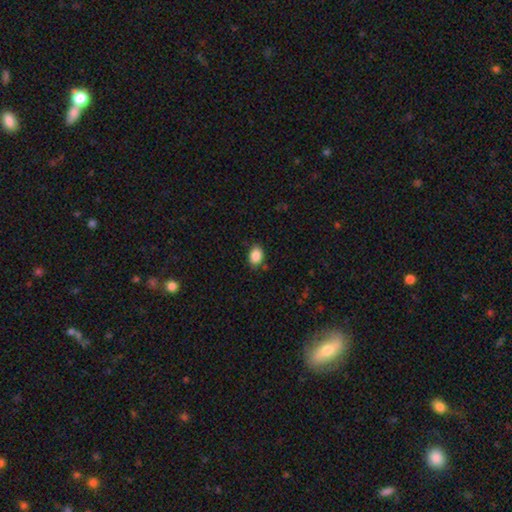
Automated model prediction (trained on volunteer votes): smooth-or-featured: smooth: 88% | star or artifact: 8% | featured or disk: 4%
  how-rounded: in between: 78% | round: 21% | cigar-shaped: 1%
  merging: none: 83% | minor disturbance: 12% | major disturbance: 3% | merger: 2%